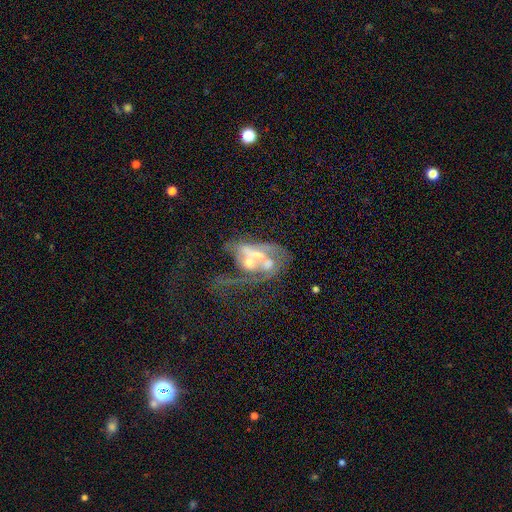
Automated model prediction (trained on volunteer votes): Q: Smooth or featured?
A: featured or disk (68%); runner-up: smooth (20%)
Q: Edge-on disk?
A: no (94%); runner-up: yes (6%)
Q: Bar?
A: no (77%); runner-up: weak (17%)
Q: Spiral arms?
A: no (63%); runner-up: yes (37%)
Q: Bulge size?
A: moderate (53%); runner-up: small (26%)
Q: Merging?
A: merger (63%); runner-up: major disturbance (20%)